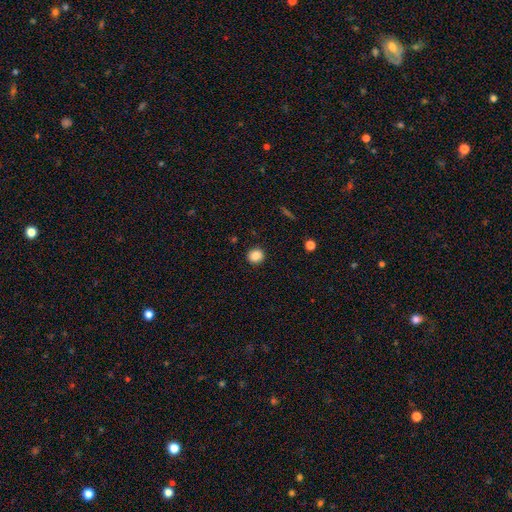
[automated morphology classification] Q: Smooth or featured?
A: smooth (88%); runner-up: star or artifact (10%)
Q: How rounded?
A: round (83%); runner-up: in between (16%)
Q: Merging?
A: none (90%); runner-up: minor disturbance (7%)